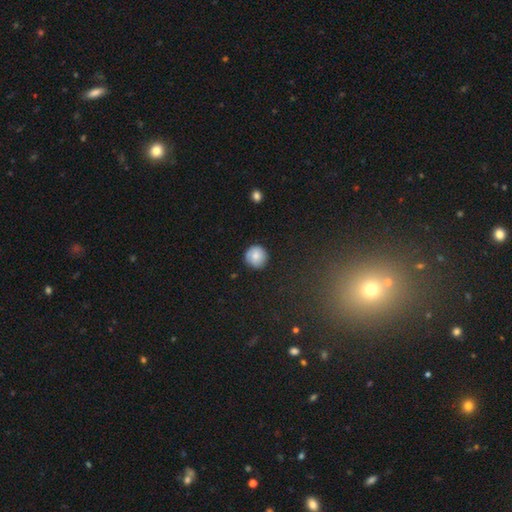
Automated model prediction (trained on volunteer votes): A smooth galaxy with no disk features (80%) that is round (94%). Merging: none (85%).